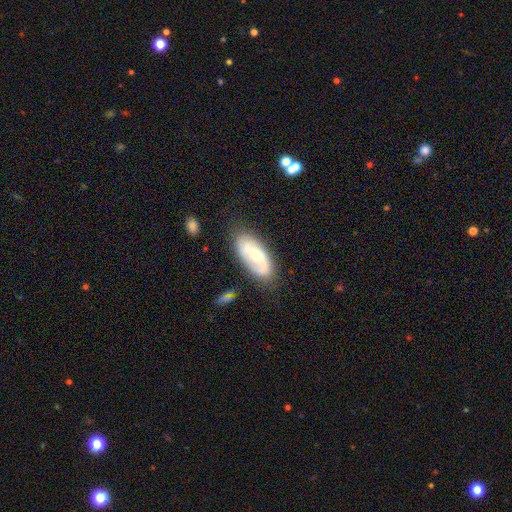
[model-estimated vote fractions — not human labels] Smooth or featured?
  - featured or disk: 54% *
  - smooth: 40%
  - star or artifact: 6%
Edge-on disk?
  - no: 91% *
  - yes: 9%
Merging?
  - none: 70% *
  - minor disturbance: 21%
  - major disturbance: 7%
  - merger: 3%